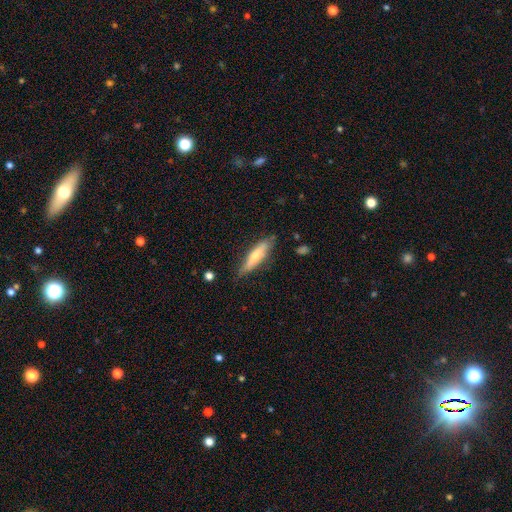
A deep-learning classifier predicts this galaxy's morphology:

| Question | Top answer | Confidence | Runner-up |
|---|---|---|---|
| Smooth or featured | smooth | 61% | featured or disk (33%) |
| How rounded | cigar-shaped | 76% | in between (23%) |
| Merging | none | 75% | minor disturbance (19%) |